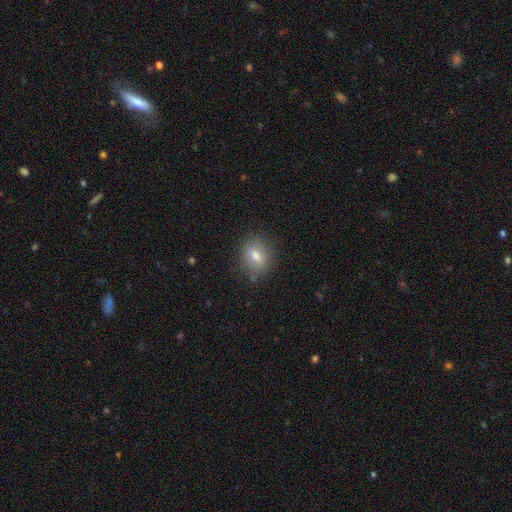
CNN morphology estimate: Smooth or featured? Predicted: smooth (p=0.68). How rounded? Predicted: in between (p=0.54). Merging? Predicted: none (p=0.81).